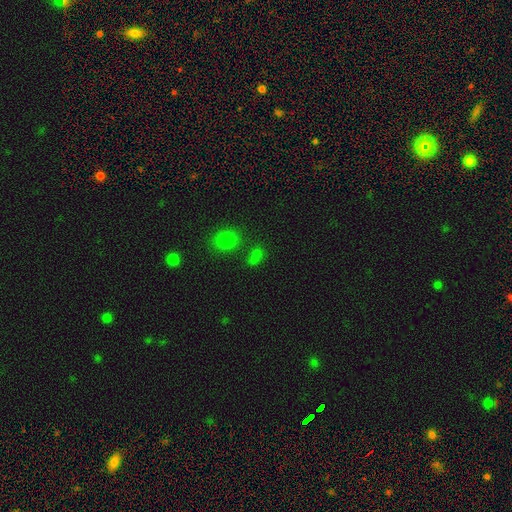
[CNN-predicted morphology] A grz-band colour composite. It shows a smooth galaxy with no disk features (60%) that is in between round and cigar-shaped (62%). Merging: none (56%).